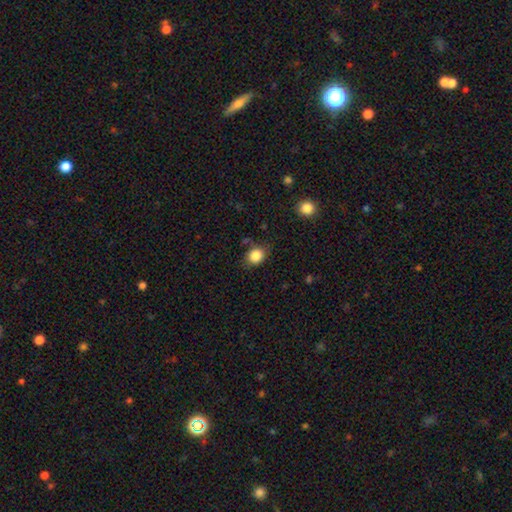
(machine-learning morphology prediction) Smooth or featured? Predicted: smooth (p=0.85). How rounded? Predicted: round (p=0.64). Merging? Predicted: none (p=0.72).